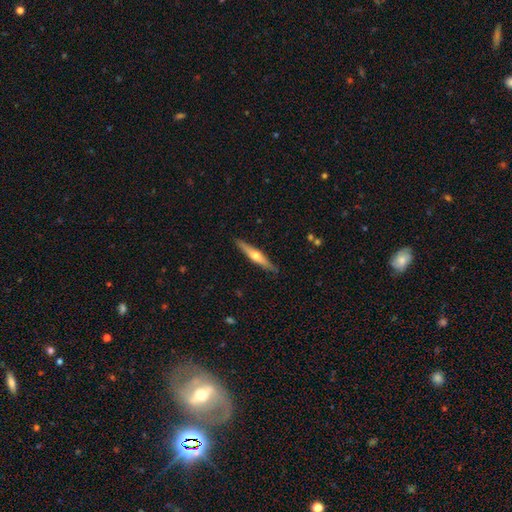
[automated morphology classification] Smooth or featured? featured or disk (57%)
Edge-on disk? yes (95%)
Edge-on bulge? rounded (89%)
Merging? none (89%)